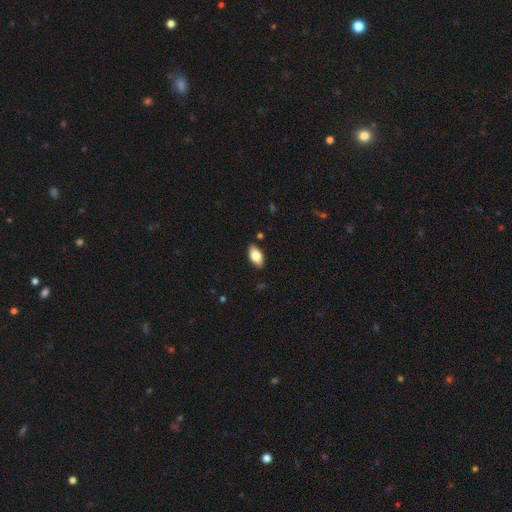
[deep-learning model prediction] Smooth or featured?
  - smooth: 77% *
  - featured or disk: 16%
  - star or artifact: 7%
How rounded?
  - in between: 91% *
  - cigar-shaped: 5%
  - round: 4%
Merging?
  - none: 86% *
  - minor disturbance: 11%
  - major disturbance: 2%
  - merger: 1%